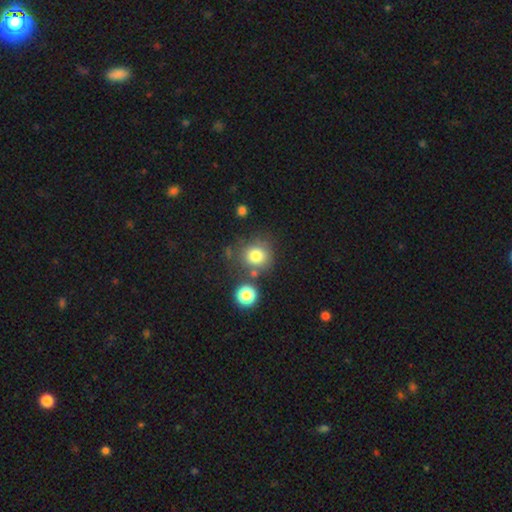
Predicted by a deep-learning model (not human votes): A smooth galaxy with no disk features (79%) that is round (87%).

Vote fractions:
- Smooth or featured? smooth: 79% / star or artifact: 13% / featured or disk: 8%
- How rounded? round: 87% / in between: 12% / cigar-shaped: 1%
- Merging? none: 68% / merger: 14% / minor disturbance: 12% / major disturbance: 5%